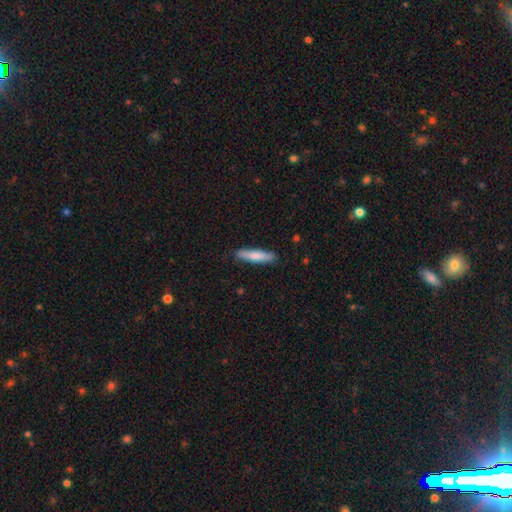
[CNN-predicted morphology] Smooth or featured? Predicted: smooth (p=0.77). How rounded? Predicted: cigar-shaped (p=0.84). Merging? Predicted: none (p=0.87).